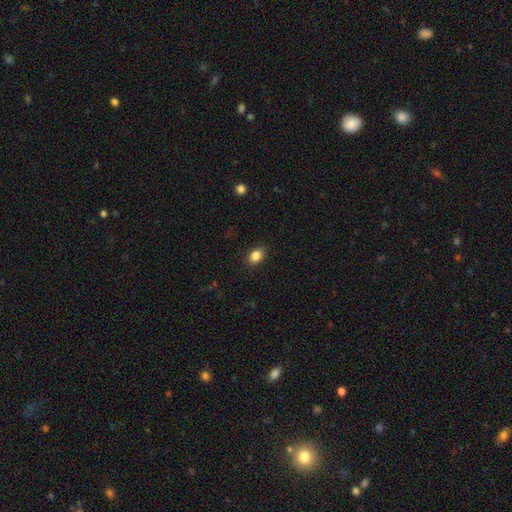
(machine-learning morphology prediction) A smooth galaxy with no disk features (85%) that is in between round and cigar-shaped (67%).

Vote fractions:
- Smooth or featured? smooth: 85% / star or artifact: 10% / featured or disk: 5%
- How rounded? in between: 67% / round: 32% / cigar-shaped: 1%
- Merging? none: 86% / minor disturbance: 11% / major disturbance: 2% / merger: 1%